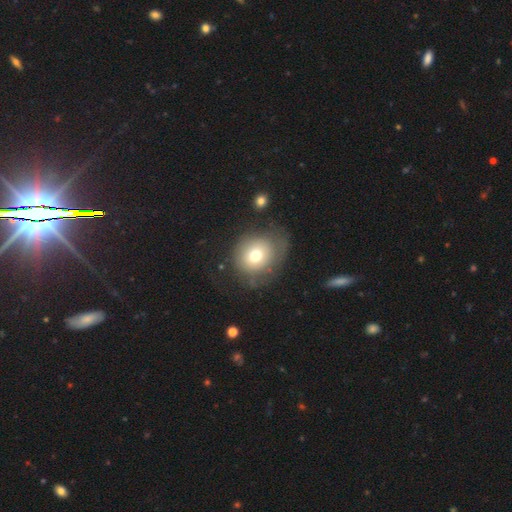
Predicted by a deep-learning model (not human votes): Smooth or featured? Predicted: smooth (p=0.68). How rounded? Predicted: round (p=0.75). Merging? Predicted: none (p=0.54).